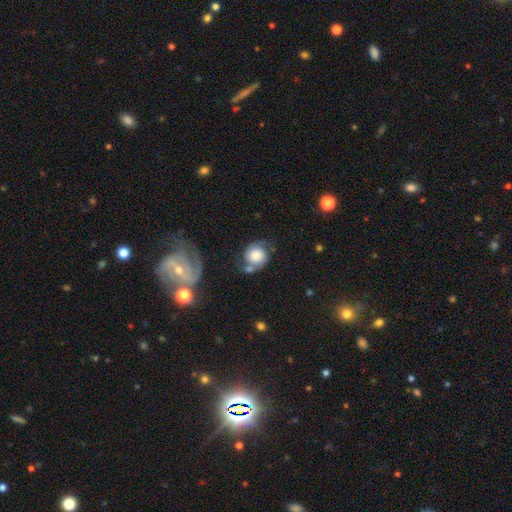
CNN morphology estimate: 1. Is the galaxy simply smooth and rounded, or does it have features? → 59% featured or disk, 33% smooth, 8% star or artifact.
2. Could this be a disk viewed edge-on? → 97% no, 3% yes.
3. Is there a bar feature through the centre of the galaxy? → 72% no, 23% weak, 5% strong.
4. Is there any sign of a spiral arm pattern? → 91% yes, 9% no.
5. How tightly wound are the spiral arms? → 44% medium, 30% tight, 26% loose.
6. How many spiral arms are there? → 87% 2, 5% can't tell, 4% 1, 2% 3, 1% 4, 1% more than 4.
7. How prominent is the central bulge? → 38% large, 29% moderate, 14% small, 12% dominant, 7% none.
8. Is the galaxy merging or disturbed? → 52% none, 22% minor disturbance, 13% merger, 12% major disturbance.